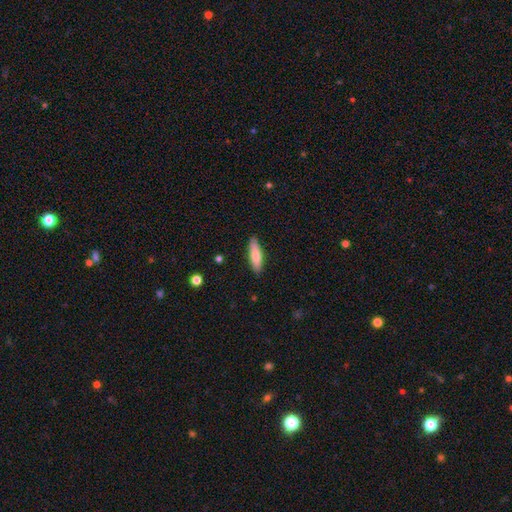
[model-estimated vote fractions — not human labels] smooth-or-featured: smooth: 79% | featured or disk: 16% | star or artifact: 6%
  how-rounded: cigar-shaped: 64% | in between: 34% | round: 2%
  merging: none: 88% | minor disturbance: 9% | major disturbance: 2% | merger: 1%